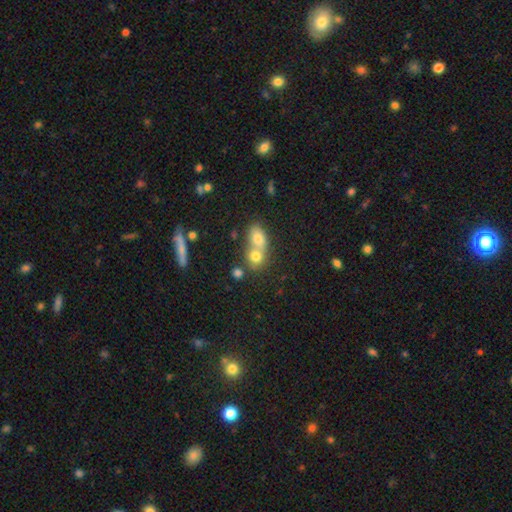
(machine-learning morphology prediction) Q: Smooth or featured?
A: smooth (59%); runner-up: featured or disk (21%)
Q: How rounded?
A: round (52%); runner-up: in between (42%)
Q: Merging?
A: merger (59%); runner-up: none (31%)